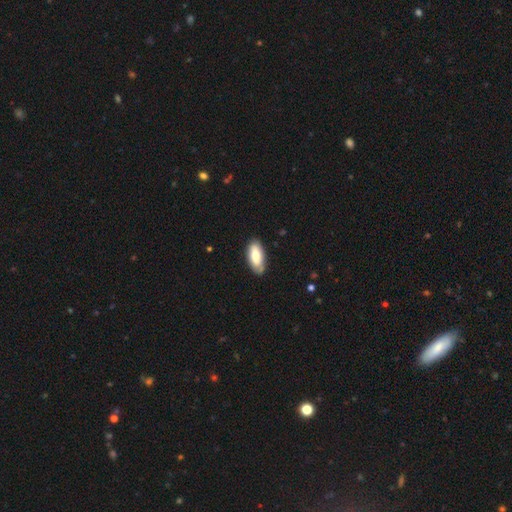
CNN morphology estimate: smooth_or_featured: smooth (p=0.76) [alt: featured or disk p=0.18]
how_rounded: in between (p=0.86) [alt: cigar-shaped p=0.12]
merging: none (p=0.80) [alt: minor disturbance p=0.16]